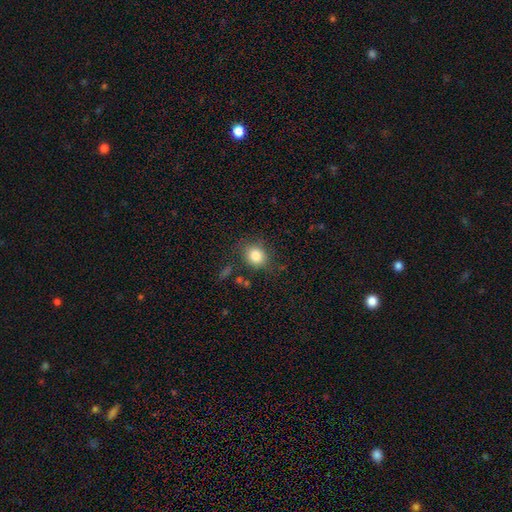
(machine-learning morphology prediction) A smooth galaxy with no disk features (82%) that is round (73%).

Vote fractions:
- Smooth or featured? smooth: 82% / star or artifact: 10% / featured or disk: 7%
- How rounded? round: 73% / in between: 26% / cigar-shaped: 1%
- Merging? none: 79% / minor disturbance: 14% / major disturbance: 5% / merger: 3%